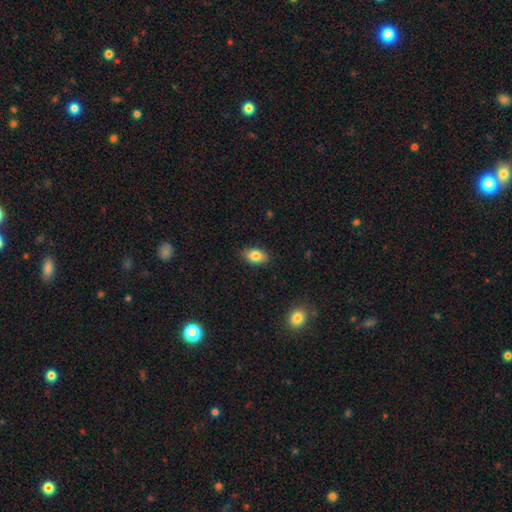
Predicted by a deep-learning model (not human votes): The model was most divided on "smooth or featured": smooth: 82%, featured or disk: 10%, star or artifact: 8%. More confident: how rounded — in between (88%); merging — none (88%).